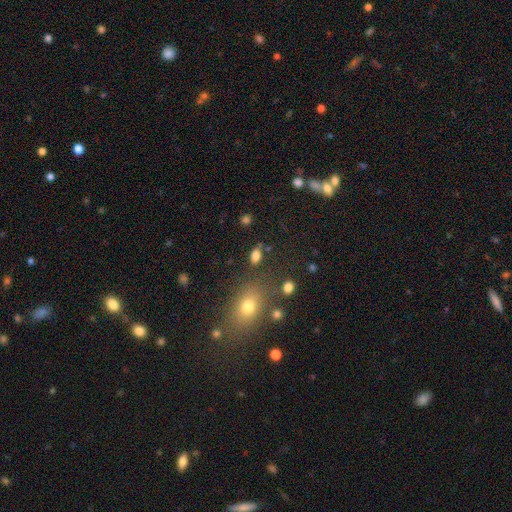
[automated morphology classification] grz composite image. It shows a smooth galaxy with no disk features (81%) that is in between round and cigar-shaped (83%). Merging: none (77%).